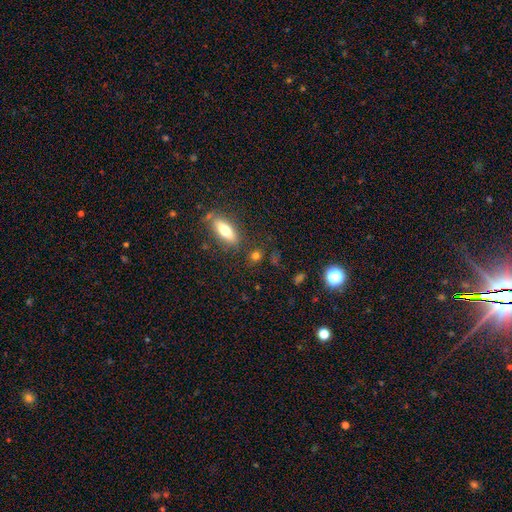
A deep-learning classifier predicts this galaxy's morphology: This appears to be a smooth galaxy with no disk features (70%) that is round (44%). Merging: none (75%).